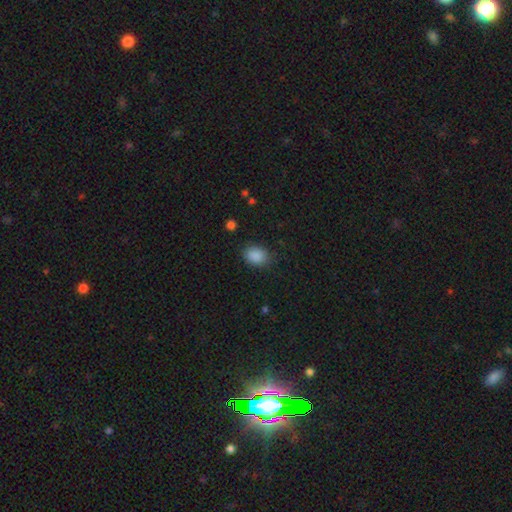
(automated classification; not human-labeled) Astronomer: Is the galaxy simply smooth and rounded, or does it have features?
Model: smooth — 88%.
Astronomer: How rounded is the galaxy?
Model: in between — 67%.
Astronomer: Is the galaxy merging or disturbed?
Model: none — 83%.